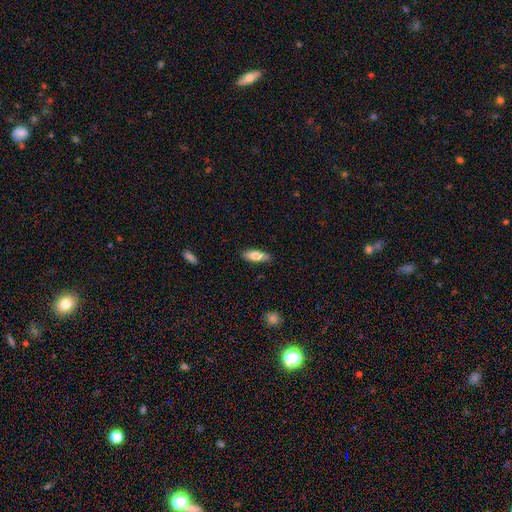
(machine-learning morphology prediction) smooth-or-featured: smooth: 82% | featured or disk: 12% | star or artifact: 6%
  how-rounded: in between: 61% | cigar-shaped: 37% | round: 2%
  merging: none: 83% | minor disturbance: 14% | major disturbance: 2% | merger: 1%